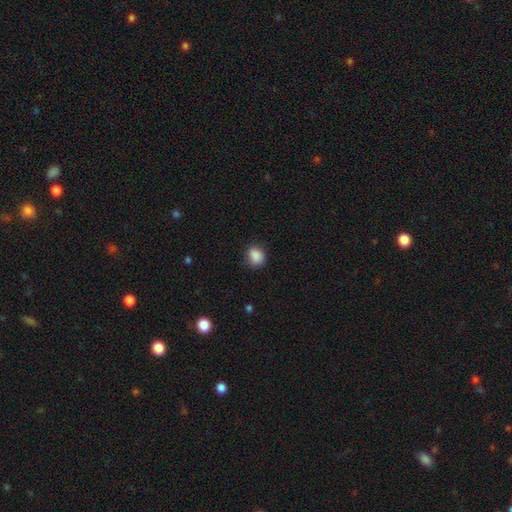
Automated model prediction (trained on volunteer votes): A smooth galaxy with no disk features (88%) that is round (52%).

Vote fractions:
- Smooth or featured? smooth: 88% / star or artifact: 9% / featured or disk: 3%
- How rounded? round: 52% / in between: 47% / cigar-shaped: 1%
- Merging? none: 78% / minor disturbance: 17% / major disturbance: 4% / merger: 1%